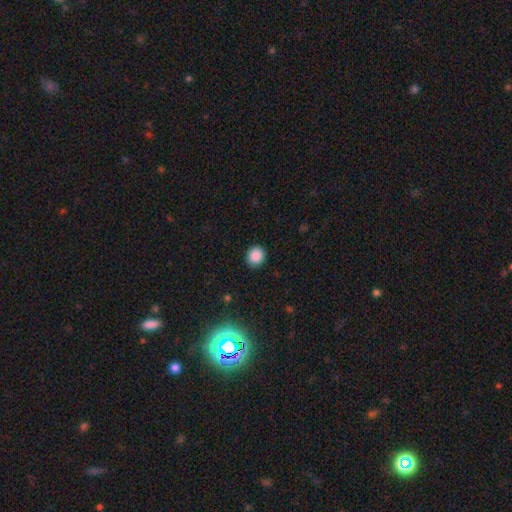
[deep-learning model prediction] Smooth or featured: smooth — 88% (star or artifact — 9%)
How rounded: round — 81% (in between — 18%)
Merging: none — 90% (minor disturbance — 7%)